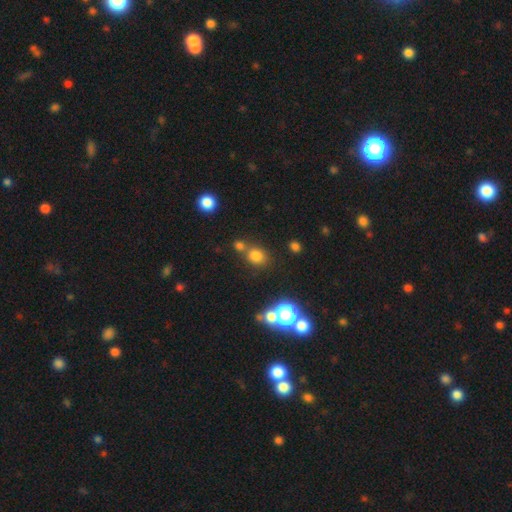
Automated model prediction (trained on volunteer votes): Smooth or featured?
  - smooth: 73% *
  - star or artifact: 20%
  - featured or disk: 7%
How rounded?
  - round: 71% *
  - in between: 28%
  - cigar-shaped: 1%
Merging?
  - none: 64% *
  - merger: 23%
  - minor disturbance: 10%
  - major disturbance: 4%